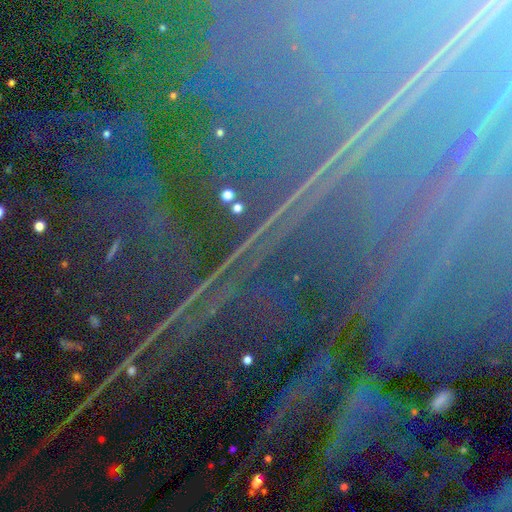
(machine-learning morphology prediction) This appears to be a star or artifact, not a galaxy (90%).